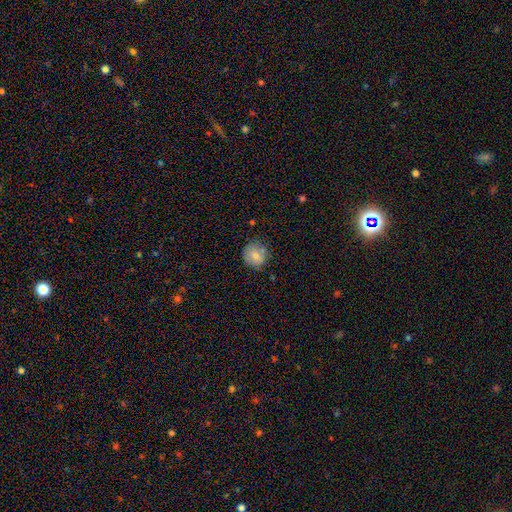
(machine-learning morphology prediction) Smooth or featured? smooth (74%)
How rounded? round (88%)
Merging? none (77%)